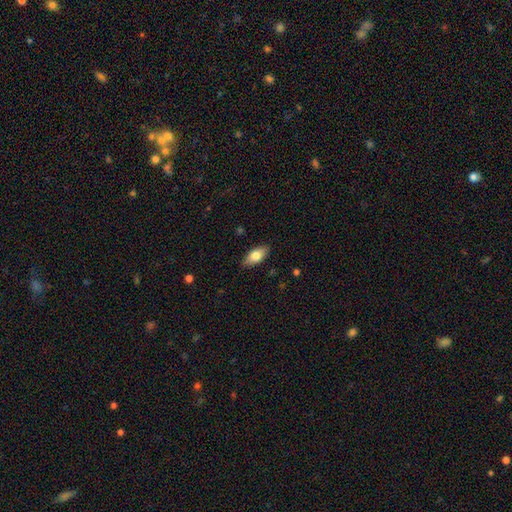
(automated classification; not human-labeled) Overall: smooth (77%). How rounded: in between (88%). Merging: none (86%).